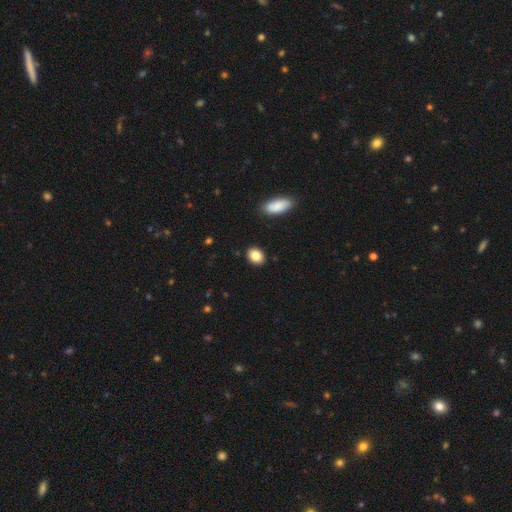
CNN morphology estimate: The model was most divided on "how rounded": in between: 64%, round: 35%, cigar-shaped: 1%. More confident: merging — none (89%); smooth or featured — smooth (85%).